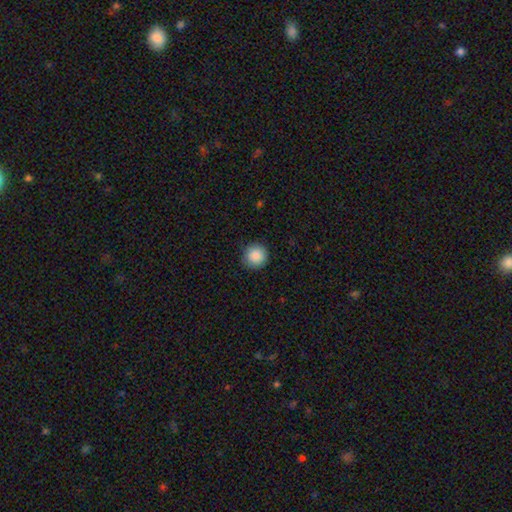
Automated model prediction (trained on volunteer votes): smooth 88%, star or artifact 8%, featured or disk 4%. Down the decision tree: how rounded — round (95%); merging — none (89%).